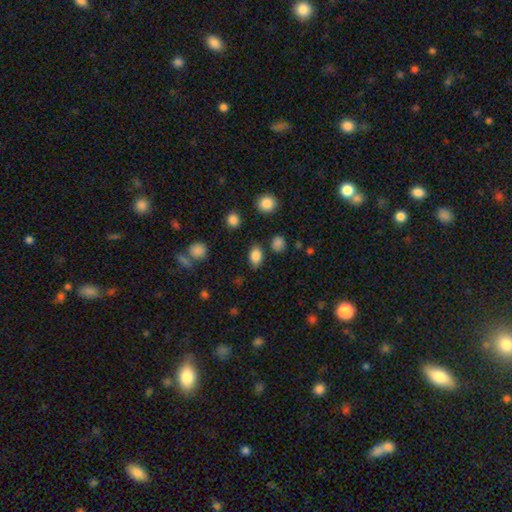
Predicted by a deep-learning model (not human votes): Smooth or featured? Predicted: smooth (p=0.84). How rounded? Predicted: in between (p=0.83). Merging? Predicted: none (p=0.81).